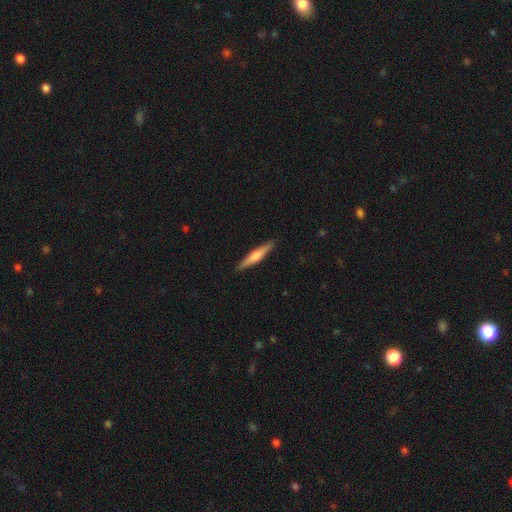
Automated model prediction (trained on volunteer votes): smooth-or-featured: featured or disk: 53% | smooth: 42% | star or artifact: 5%
  disk-edge-on: yes: 97% | no: 3%
    edge-on-bulge: rounded: 82% | none: 9% | boxy: 9%
  merging: none: 91% | minor disturbance: 6% | major disturbance: 1% | merger: 1%